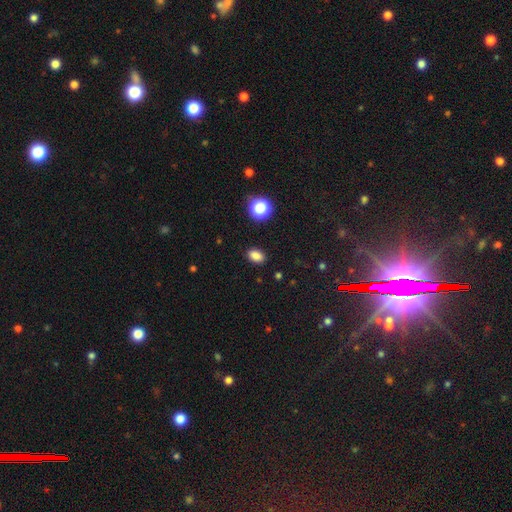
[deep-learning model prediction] Q: Smooth or featured?
A: smooth (85%); runner-up: star or artifact (12%)
Q: How rounded?
A: in between (84%); runner-up: round (14%)
Q: Merging?
A: none (89%); runner-up: minor disturbance (8%)